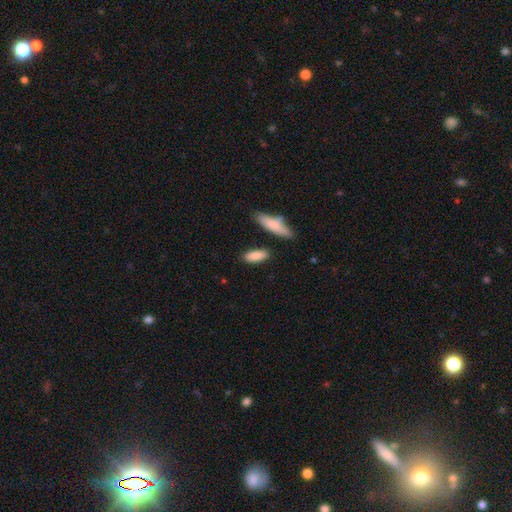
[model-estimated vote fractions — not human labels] This is clearly a smooth galaxy (87%). How rounded: likely in between (66%). Merging: likely none (79%).